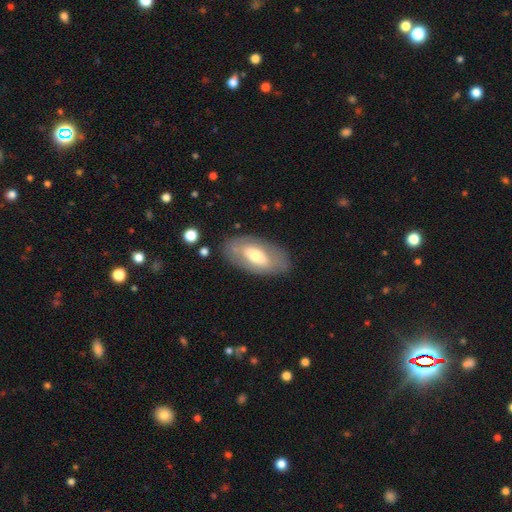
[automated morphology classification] A smooth galaxy with no disk features (51%) that is in between round and cigar-shaped (91%).

Vote fractions:
- Smooth or featured? smooth: 51% / featured or disk: 42% / star or artifact: 6%
- How rounded? in between: 91% / cigar-shaped: 6% / round: 3%
- Merging? none: 80% / minor disturbance: 13% / major disturbance: 5% / merger: 2%